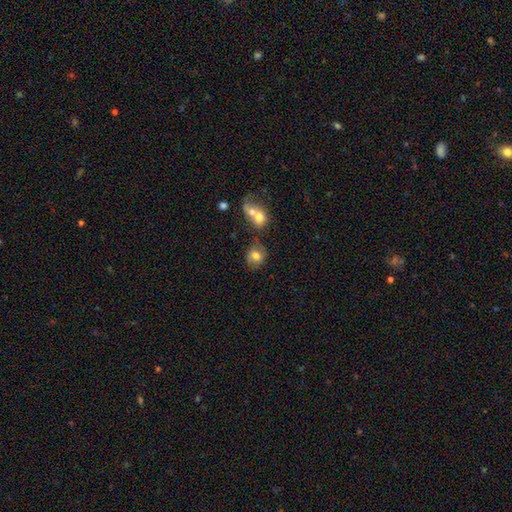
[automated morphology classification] A smooth galaxy with no disk features (72%) that is round (69%).

Vote fractions:
- Smooth or featured? smooth: 72% / featured or disk: 17% / star or artifact: 11%
- How rounded? round: 69% / in between: 30% / cigar-shaped: 1%
- Merging? none: 63% / merger: 17% / minor disturbance: 15% / major disturbance: 6%